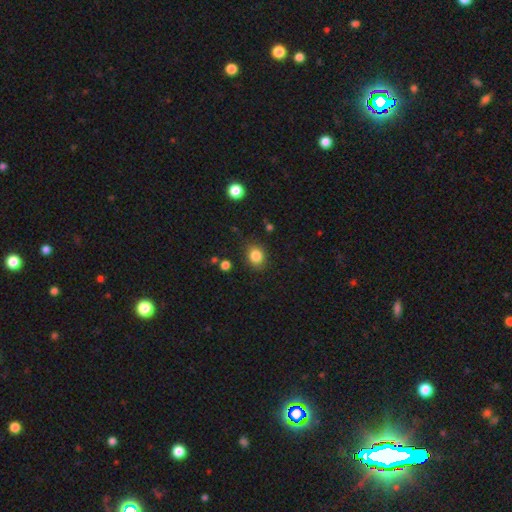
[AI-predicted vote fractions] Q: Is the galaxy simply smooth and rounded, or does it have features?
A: smooth — 84%.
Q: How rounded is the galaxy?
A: round — 60%.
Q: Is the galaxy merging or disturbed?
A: none — 83%.